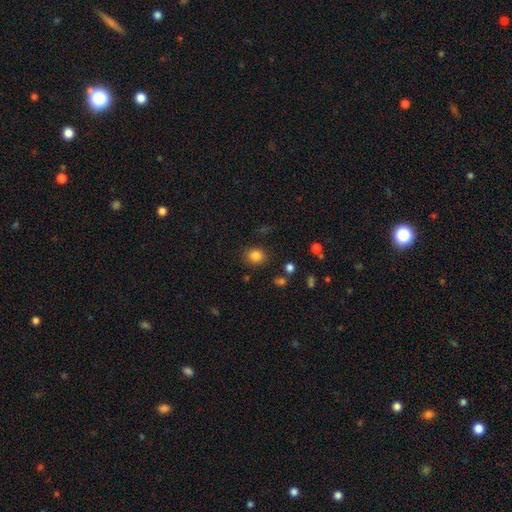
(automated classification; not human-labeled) Morphology: type=smooth (83%); roundness=round (75%); merging=none (86%).